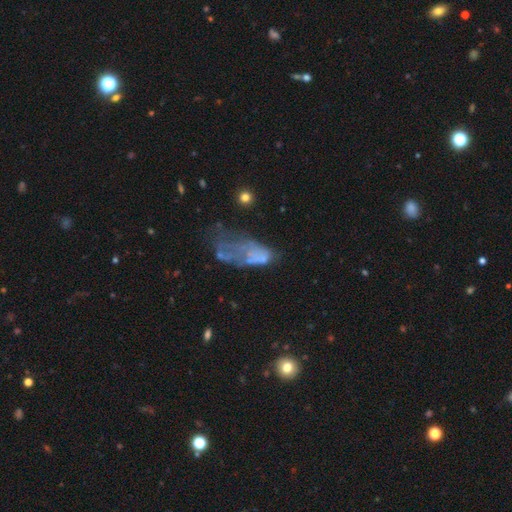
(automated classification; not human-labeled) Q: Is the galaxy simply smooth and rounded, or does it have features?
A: featured or disk — 46%.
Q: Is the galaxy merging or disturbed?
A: major disturbance — 46%.